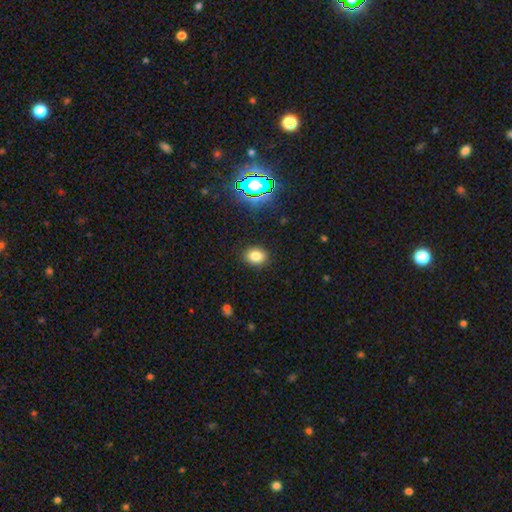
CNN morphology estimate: The model was most divided on "how rounded": in between: 58%, round: 41%, cigar-shaped: 1%. More confident: merging — none (89%); smooth or featured — smooth (79%).